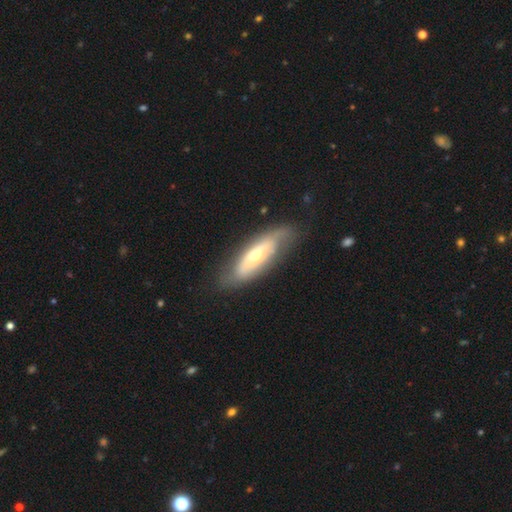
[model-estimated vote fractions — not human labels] Morphology: type=featured or disk (56%); edge-on=no (67%); merging=none (68%).